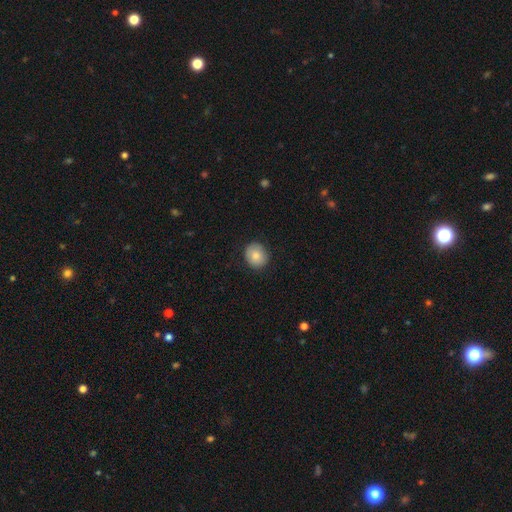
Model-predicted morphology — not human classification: Q: Smooth or featured?
A: smooth (82%); runner-up: featured or disk (11%)
Q: How rounded?
A: round (81%); runner-up: in between (18%)
Q: Merging?
A: none (87%); runner-up: minor disturbance (10%)